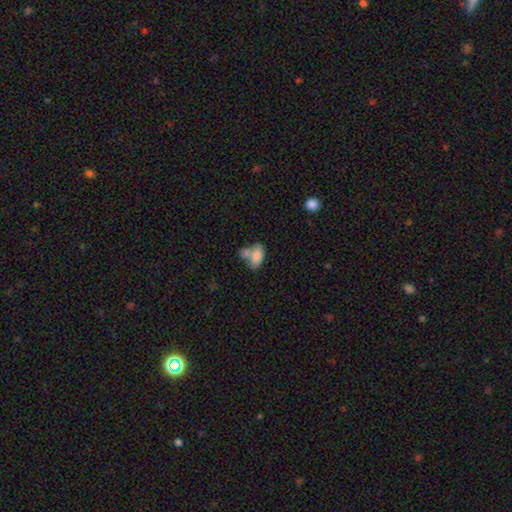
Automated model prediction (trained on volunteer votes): smooth-or-featured: smooth: 81% | featured or disk: 11% | star or artifact: 8%
  how-rounded: in between: 92% | round: 5% | cigar-shaped: 3%
  merging: merger: 51% | none: 32% | minor disturbance: 11% | major disturbance: 6%